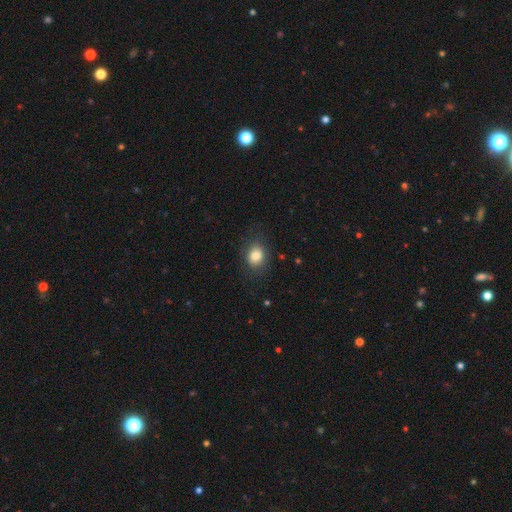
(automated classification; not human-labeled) Smooth or featured? smooth (80%)
How rounded? round (53%)
Merging? none (80%)